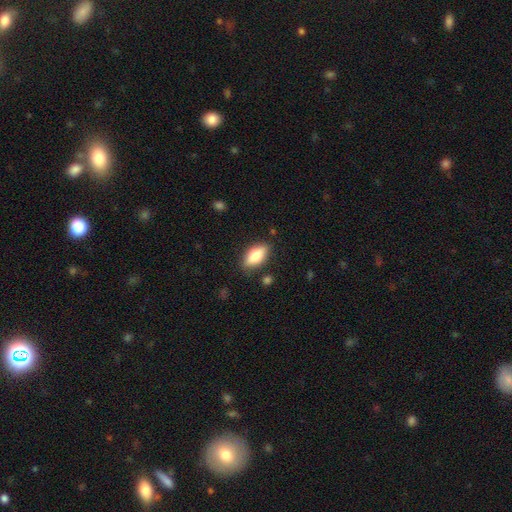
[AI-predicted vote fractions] This appears to be a smooth galaxy with no disk features (78%) that is in between round and cigar-shaped (87%). Merging: none (82%).